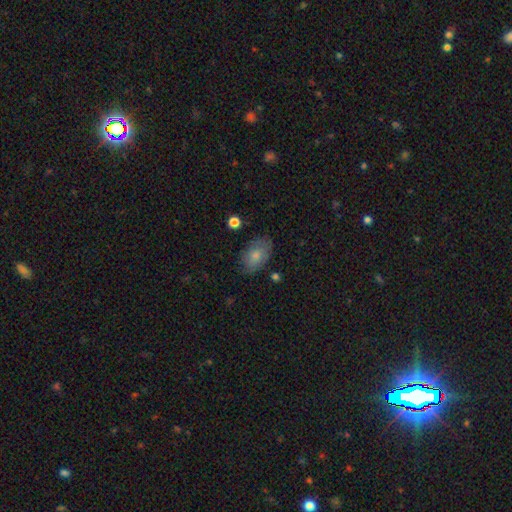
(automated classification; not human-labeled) This is likely a smooth galaxy (74%). How rounded: clearly in between (88%). Merging: likely none (72%).